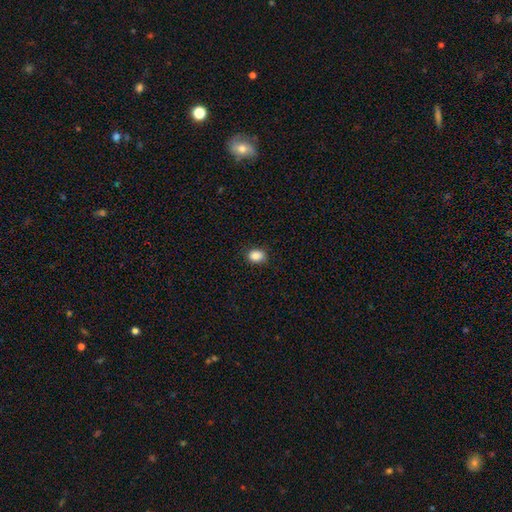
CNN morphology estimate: Smooth or featured? smooth (86%)
How rounded? in between (55%)
Merging? none (84%)